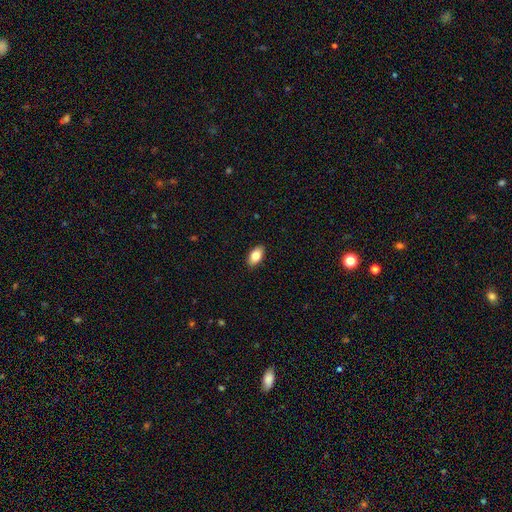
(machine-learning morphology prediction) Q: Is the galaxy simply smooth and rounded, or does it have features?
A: smooth — 82%.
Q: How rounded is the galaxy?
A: in between — 92%.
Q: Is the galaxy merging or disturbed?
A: none — 90%.